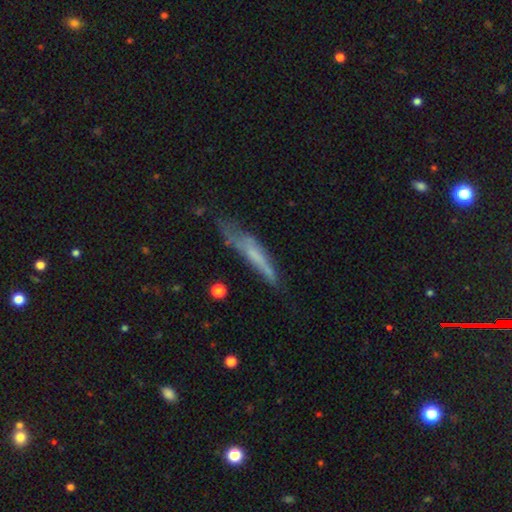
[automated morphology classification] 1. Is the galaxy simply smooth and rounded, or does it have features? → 50% smooth, 41% featured or disk, 9% star or artifact.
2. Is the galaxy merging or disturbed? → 48% none, 30% minor disturbance, 18% major disturbance, 5% merger.